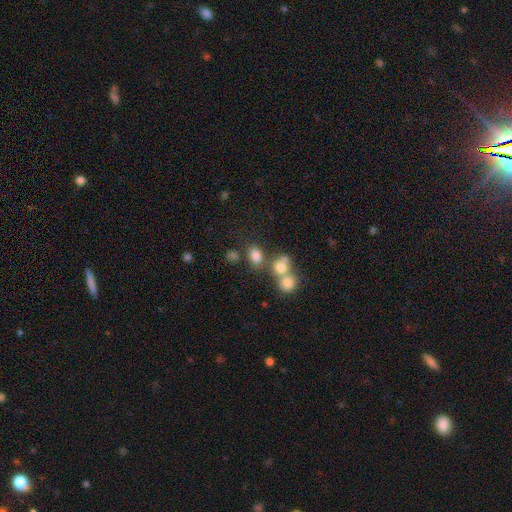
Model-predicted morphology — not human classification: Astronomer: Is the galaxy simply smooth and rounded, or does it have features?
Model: smooth — 77%.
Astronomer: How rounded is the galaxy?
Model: in between — 66%.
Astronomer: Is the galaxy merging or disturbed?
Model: none — 55%.